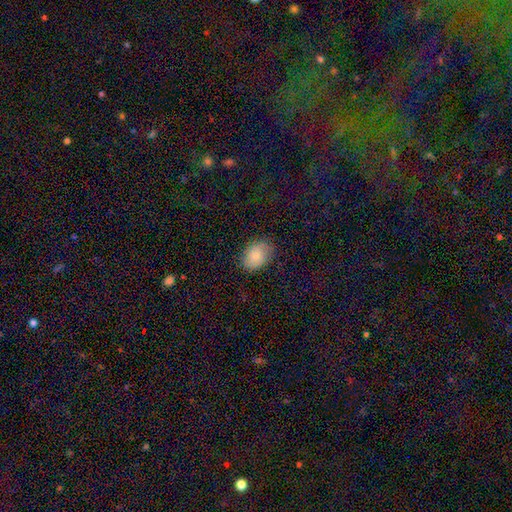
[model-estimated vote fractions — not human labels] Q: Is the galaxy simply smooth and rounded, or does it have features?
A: smooth — 78%.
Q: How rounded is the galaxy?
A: in between — 76%.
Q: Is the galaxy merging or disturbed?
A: none — 79%.